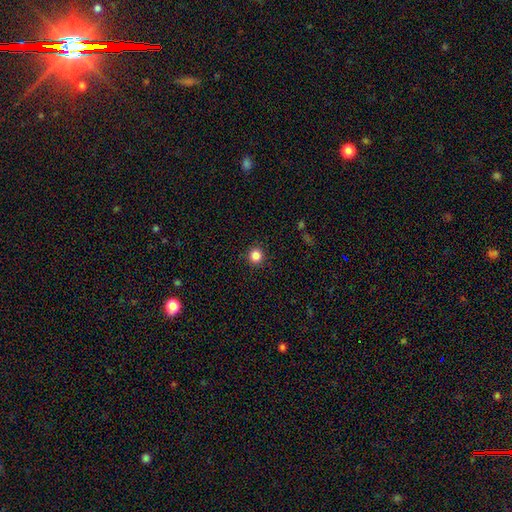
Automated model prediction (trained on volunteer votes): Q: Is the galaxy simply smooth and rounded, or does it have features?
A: smooth — 85%.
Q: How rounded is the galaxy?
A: round — 93%.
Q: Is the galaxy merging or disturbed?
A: none — 92%.